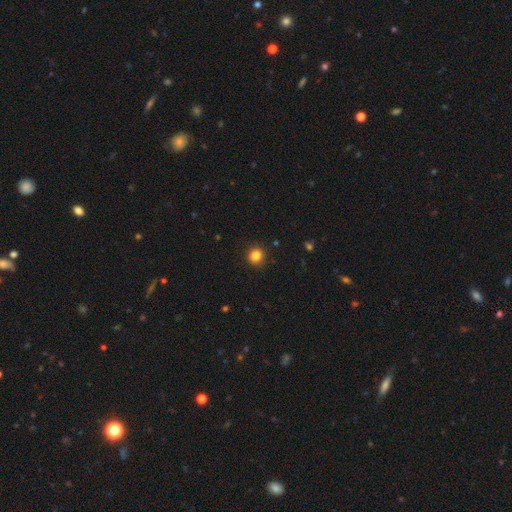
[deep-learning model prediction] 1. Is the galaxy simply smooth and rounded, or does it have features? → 84% smooth, 12% star or artifact, 5% featured or disk.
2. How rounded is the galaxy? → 90% round, 9% in between, 1% cigar-shaped.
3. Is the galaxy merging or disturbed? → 91% none, 6% minor disturbance, 2% major disturbance, 1% merger.